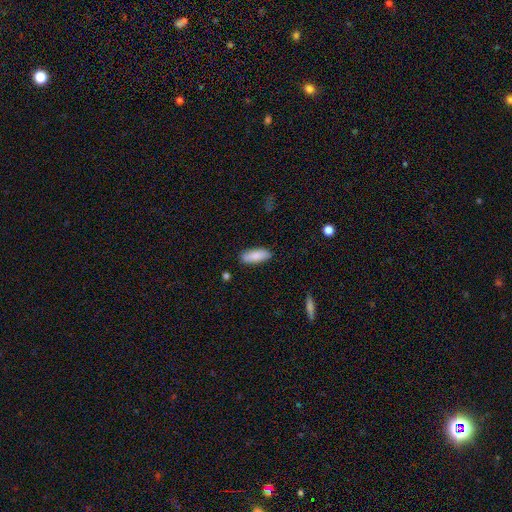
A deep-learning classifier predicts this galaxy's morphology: Q: Smooth or featured?
A: smooth (87%); runner-up: featured or disk (7%)
Q: How rounded?
A: in between (70%); runner-up: cigar-shaped (28%)
Q: Merging?
A: none (87%); runner-up: minor disturbance (10%)